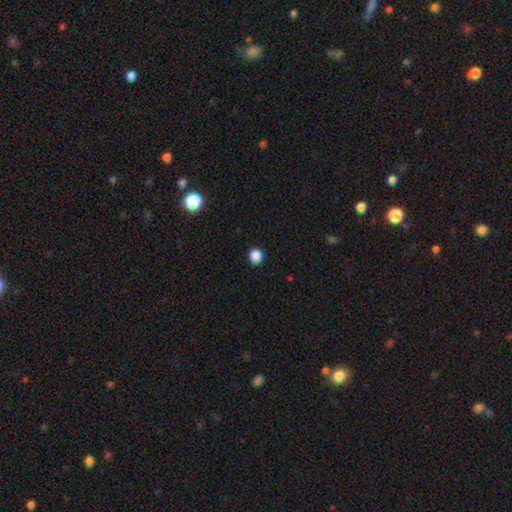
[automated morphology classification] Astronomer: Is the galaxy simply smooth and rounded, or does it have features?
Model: smooth — 87%.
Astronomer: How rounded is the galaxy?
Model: round — 91%.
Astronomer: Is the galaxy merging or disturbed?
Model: none — 93%.